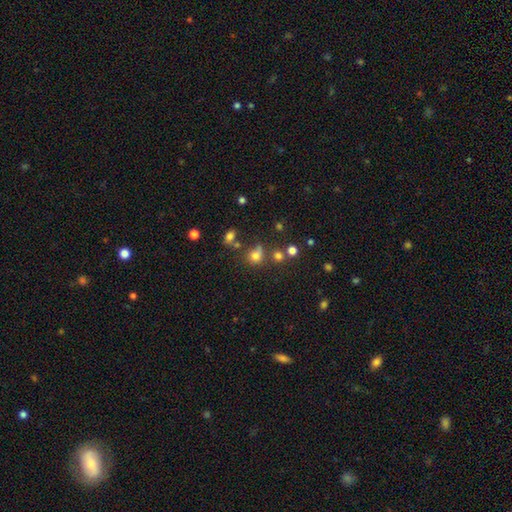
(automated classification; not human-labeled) smooth 73%, star or artifact 18%, featured or disk 9%. Down the decision tree: how rounded — round (76%); merging — none (54%).